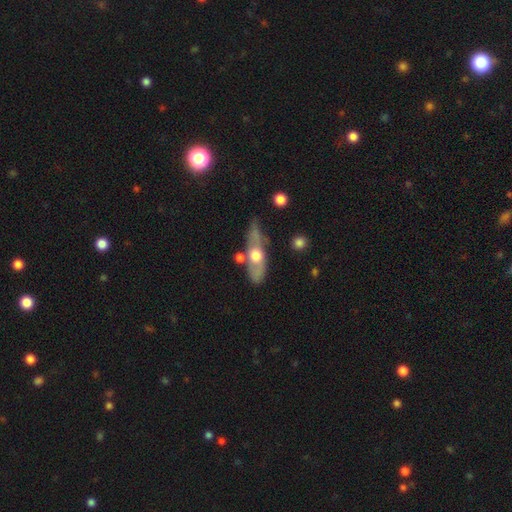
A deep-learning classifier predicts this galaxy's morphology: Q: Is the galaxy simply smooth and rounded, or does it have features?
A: featured or disk — 53%.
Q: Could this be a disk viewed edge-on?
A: yes — 60%.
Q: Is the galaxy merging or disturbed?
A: none — 57%.